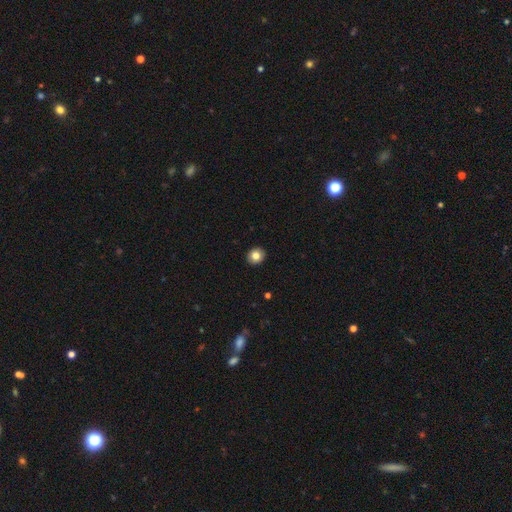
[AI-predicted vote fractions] A smooth galaxy with no disk features (82%) that is round (81%).

Vote fractions:
- Smooth or featured? smooth: 82% / star or artifact: 9% / featured or disk: 8%
- How rounded? round: 81% / in between: 18% / cigar-shaped: 1%
- Merging? none: 93% / minor disturbance: 5% / major disturbance: 1% / merger: 1%